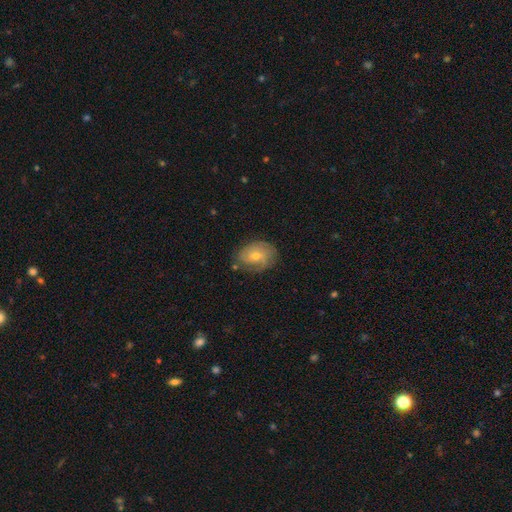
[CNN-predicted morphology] Smooth or featured? featured or disk (55%)
Edge-on disk? no (95%)
Bar? no (75%)
Spiral arms? yes (78%)
Bulge size? small (50%)
Merging? none (72%)